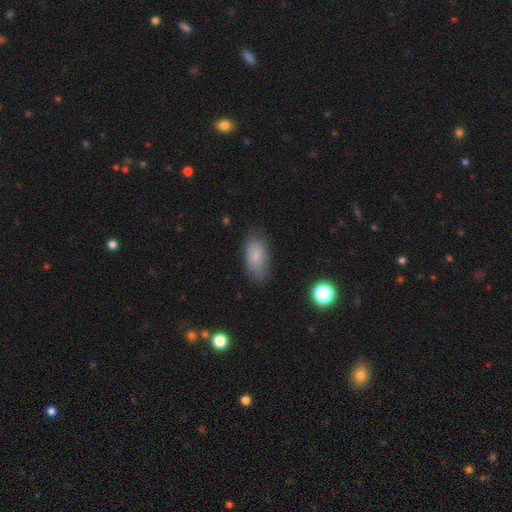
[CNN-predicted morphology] Q: Smooth or featured?
A: smooth (82%); runner-up: featured or disk (10%)
Q: How rounded?
A: in between (88%); runner-up: cigar-shaped (9%)
Q: Merging?
A: none (79%); runner-up: minor disturbance (15%)